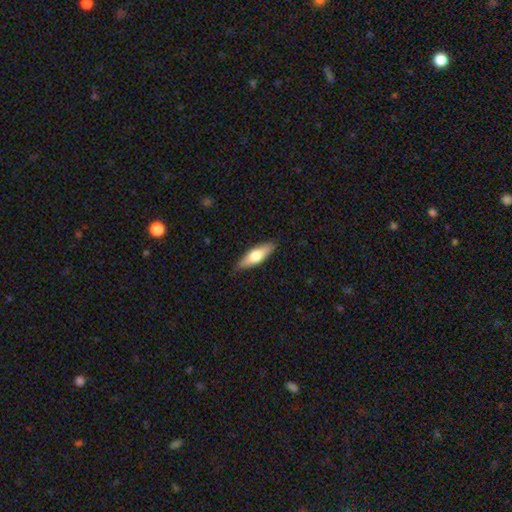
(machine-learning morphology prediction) smooth_or_featured: smooth (p=0.61) [alt: featured or disk p=0.34]
how_rounded: in between (p=0.53) [alt: cigar-shaped p=0.45]
merging: none (p=0.86) [alt: minor disturbance p=0.11]